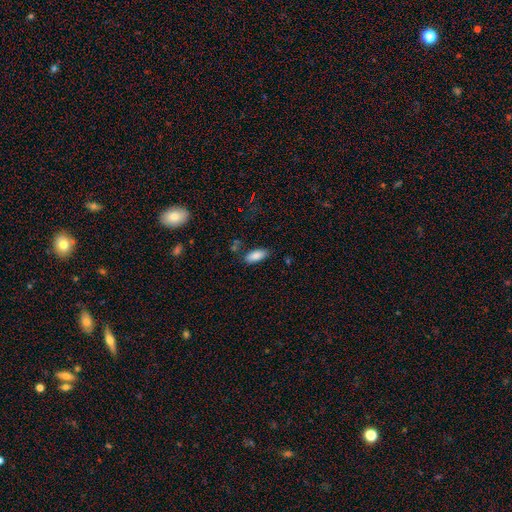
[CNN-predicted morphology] smooth 87%, star or artifact 7%, featured or disk 6%. Down the decision tree: how rounded — in between (85%); merging — none (78%).